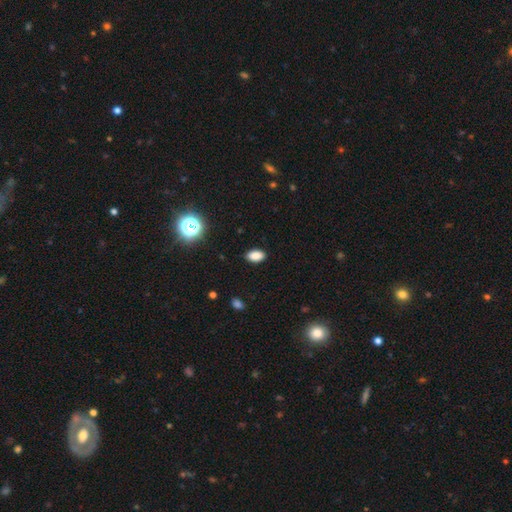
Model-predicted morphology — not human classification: A smooth galaxy with no disk features (85%) that is in between round and cigar-shaped (91%).

Vote fractions:
- Smooth or featured? smooth: 85% / star or artifact: 11% / featured or disk: 4%
- How rounded? in between: 91% / round: 6% / cigar-shaped: 2%
- Merging? none: 88% / minor disturbance: 9% / major disturbance: 2% / merger: 1%